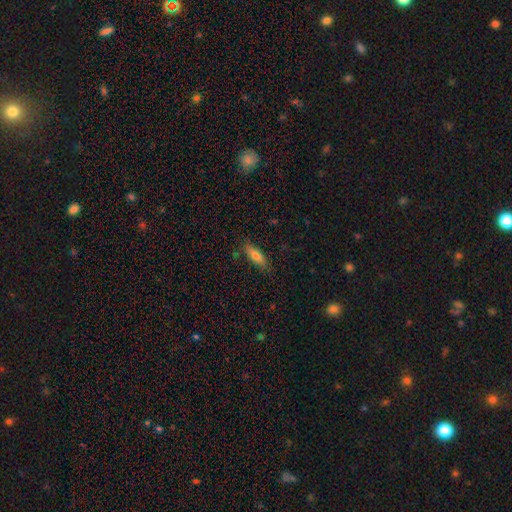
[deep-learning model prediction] Smooth or featured?
  - smooth: 75% *
  - featured or disk: 18%
  - star or artifact: 7%
How rounded?
  - in between: 66% *
  - cigar-shaped: 32%
  - round: 2%
Merging?
  - none: 81% *
  - minor disturbance: 15%
  - major disturbance: 3%
  - merger: 2%